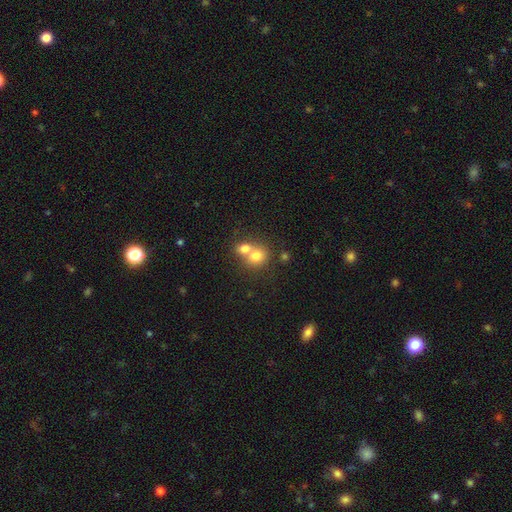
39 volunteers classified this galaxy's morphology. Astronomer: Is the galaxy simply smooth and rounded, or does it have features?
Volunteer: smooth — 72%.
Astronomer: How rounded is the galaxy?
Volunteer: round — 71%.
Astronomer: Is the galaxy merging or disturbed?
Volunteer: merger — 60%.